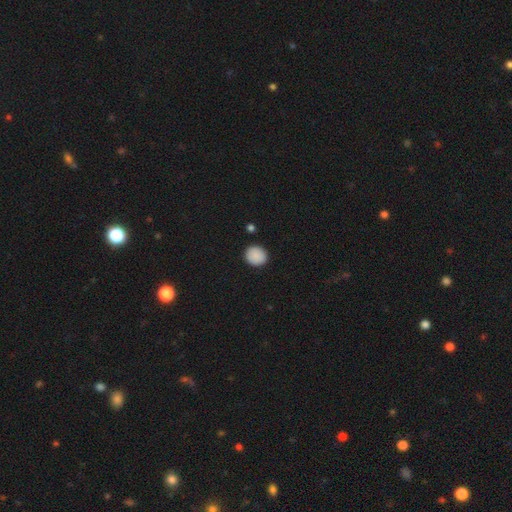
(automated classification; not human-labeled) smooth 89%, star or artifact 8%, featured or disk 3%. Down the decision tree: how rounded — round (82%); merging — none (90%).